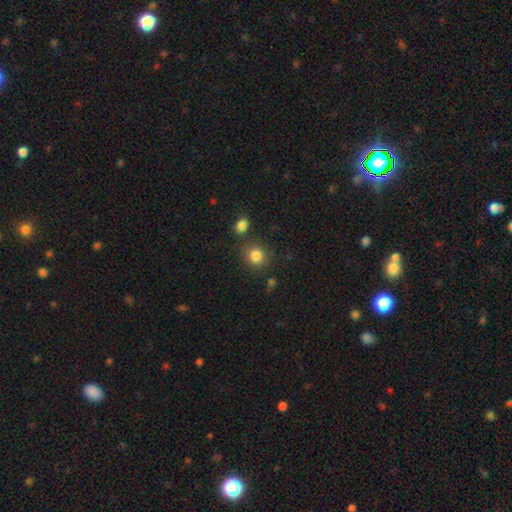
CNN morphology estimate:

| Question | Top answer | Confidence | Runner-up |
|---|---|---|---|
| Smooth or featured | smooth | 84% | star or artifact (10%) |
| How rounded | round | 79% | in between (20%) |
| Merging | none | 76% | minor disturbance (11%) |